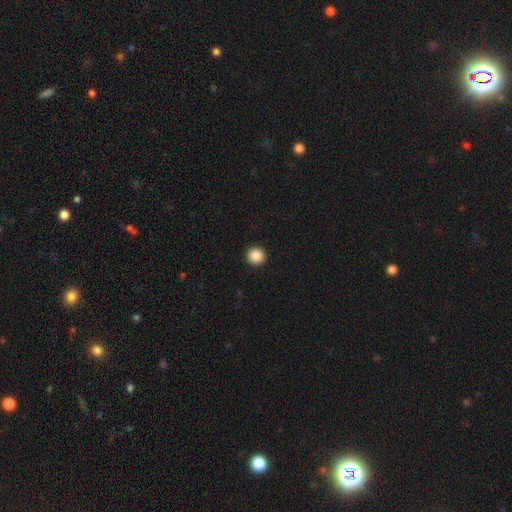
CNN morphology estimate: smooth 88%, star or artifact 9%, featured or disk 3%. Down the decision tree: how rounded — round (93%); merging — none (94%).